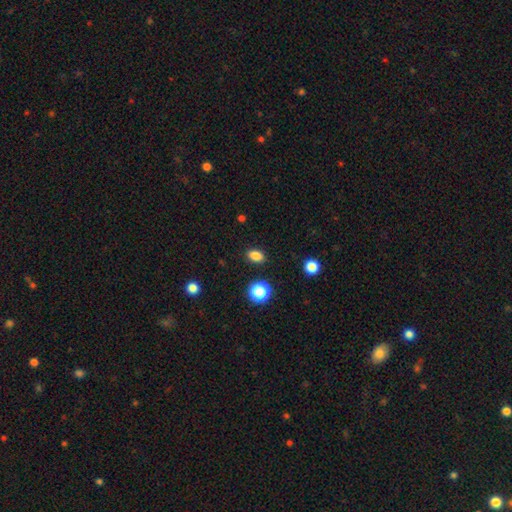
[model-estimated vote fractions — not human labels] Q: Smooth or featured?
A: smooth (84%); runner-up: star or artifact (12%)
Q: How rounded?
A: in between (76%); runner-up: round (22%)
Q: Merging?
A: none (89%); runner-up: minor disturbance (8%)